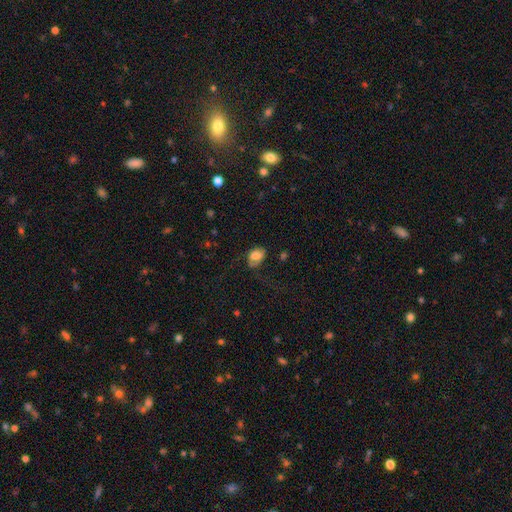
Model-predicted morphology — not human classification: Smooth or featured? Predicted: smooth (p=0.73). How rounded? Predicted: in between (p=0.79). Merging? Predicted: none (p=0.47).